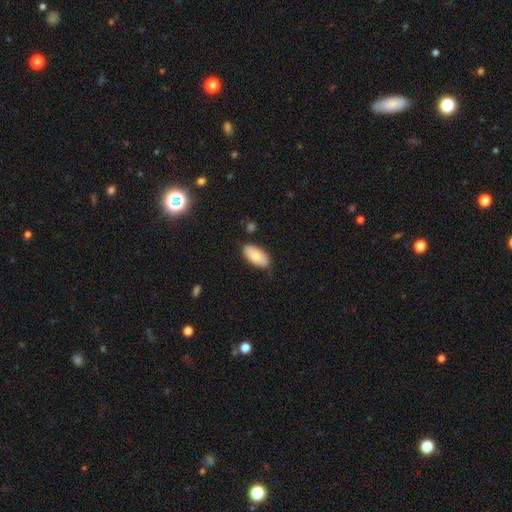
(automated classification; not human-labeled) Morphology: type=smooth (79%); roundness=in between (93%); merging=none (81%).